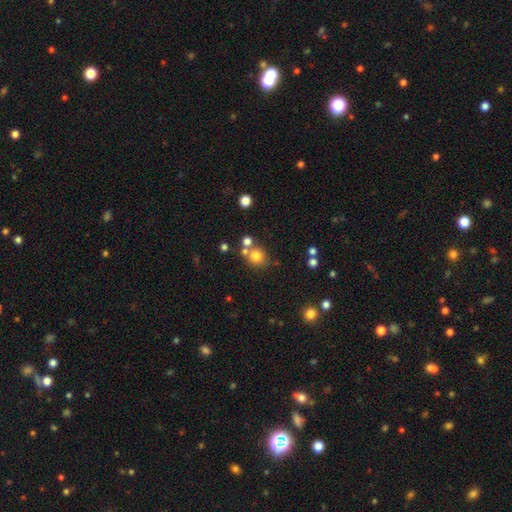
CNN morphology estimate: Smooth or featured? smooth (76%)
How rounded? round (84%)
Merging? none (64%)